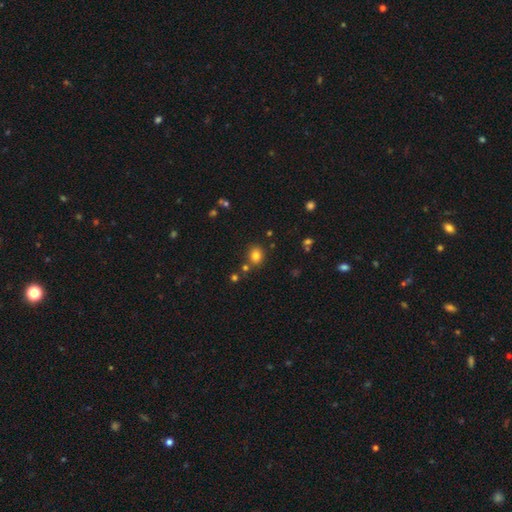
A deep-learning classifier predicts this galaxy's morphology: Overall: smooth (80%). How rounded: round (68%; in between 31%). Merging: none (77%).